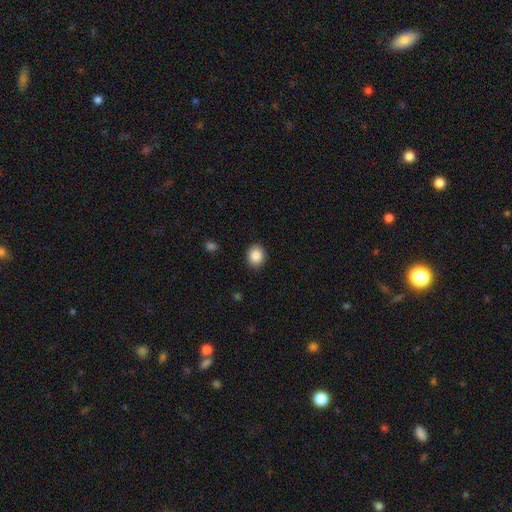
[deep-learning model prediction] This appears to be a smooth galaxy with no disk features (87%) that is round (63%). Merging: none (90%).